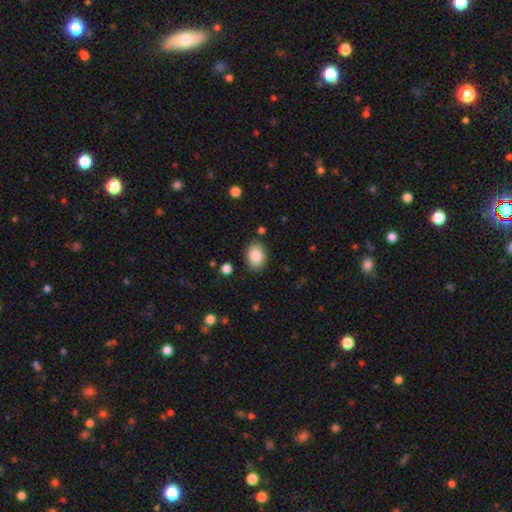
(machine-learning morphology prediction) Smooth or featured?
  - smooth: 86% *
  - star or artifact: 7%
  - featured or disk: 7%
How rounded?
  - in between: 79% *
  - round: 20%
  - cigar-shaped: 1%
Merging?
  - none: 86% *
  - minor disturbance: 10%
  - major disturbance: 3%
  - merger: 2%